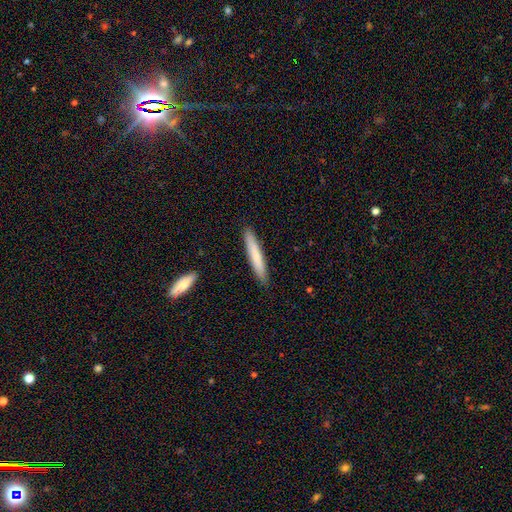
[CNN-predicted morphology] Overall: smooth (73%). How rounded: cigar-shaped (94%). Merging: none (90%).